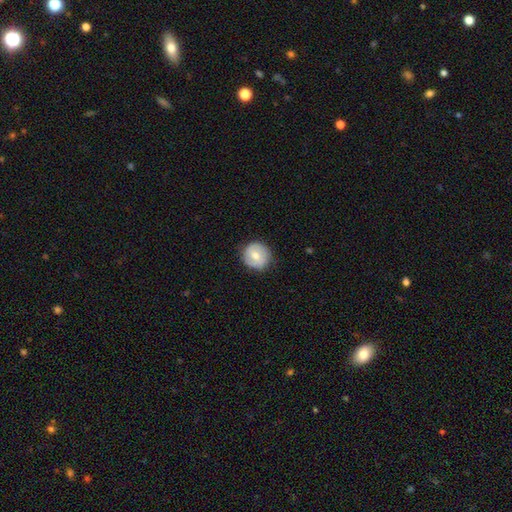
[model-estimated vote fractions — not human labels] A smooth galaxy with no disk features (62%) that is round (92%).

Vote fractions:
- Smooth or featured? smooth: 62% / featured or disk: 32% / star or artifact: 7%
- How rounded? round: 92% / in between: 7% / cigar-shaped: 1%
- Merging? none: 84% / minor disturbance: 13% / major disturbance: 3% / merger: 1%